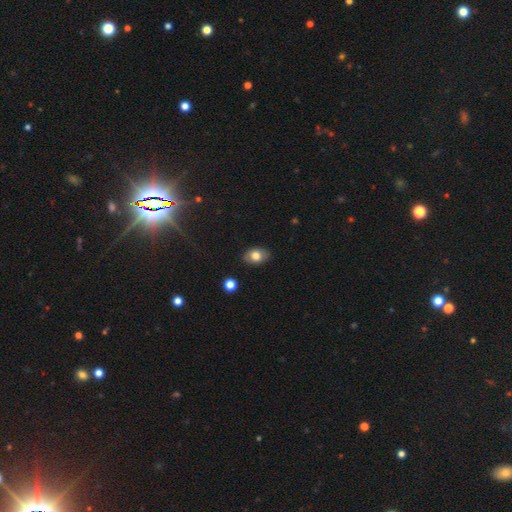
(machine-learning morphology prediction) Smooth or featured? smooth (76%)
How rounded? in between (83%)
Merging? none (86%)